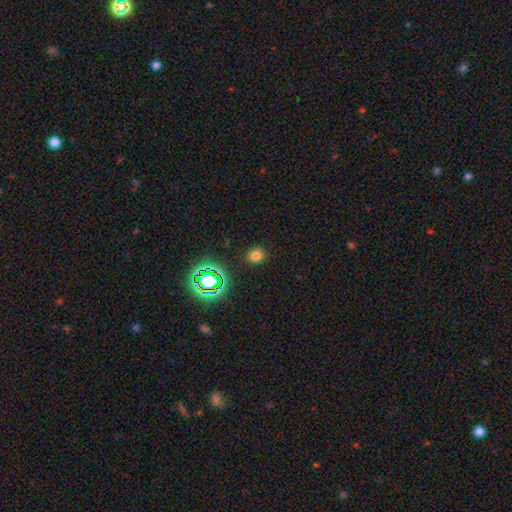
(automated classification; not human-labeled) smooth_or_featured: smooth (p=0.73) [alt: star or artifact p=0.21]
how_rounded: round (p=0.82) [alt: in between p=0.17]
merging: none (p=0.89) [alt: minor disturbance p=0.07]